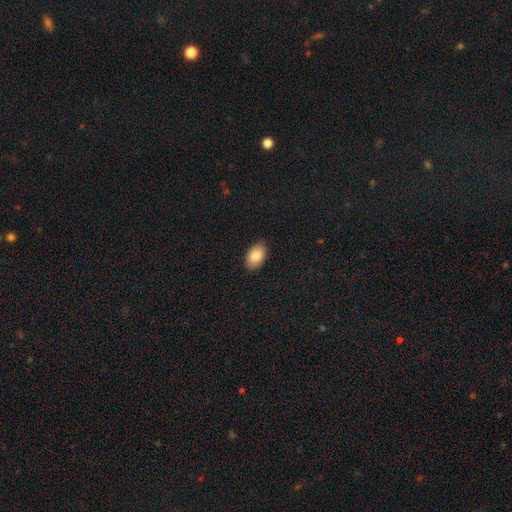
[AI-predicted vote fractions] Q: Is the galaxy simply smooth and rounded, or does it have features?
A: smooth — 85%.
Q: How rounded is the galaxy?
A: in between — 90%.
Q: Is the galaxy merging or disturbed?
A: none — 89%.